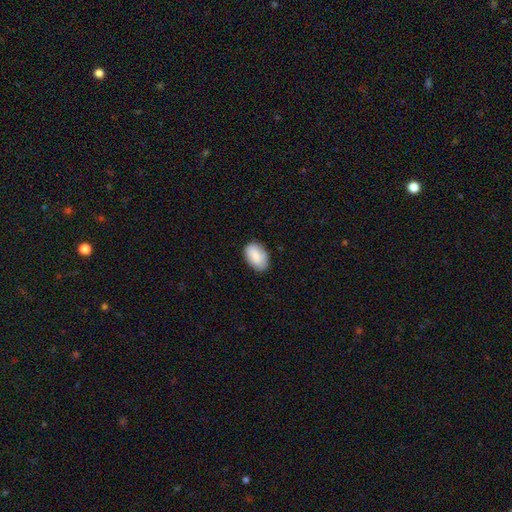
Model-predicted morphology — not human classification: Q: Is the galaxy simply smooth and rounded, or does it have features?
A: smooth — 85%.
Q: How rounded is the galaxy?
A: in between — 91%.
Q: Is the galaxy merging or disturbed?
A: none — 78%.